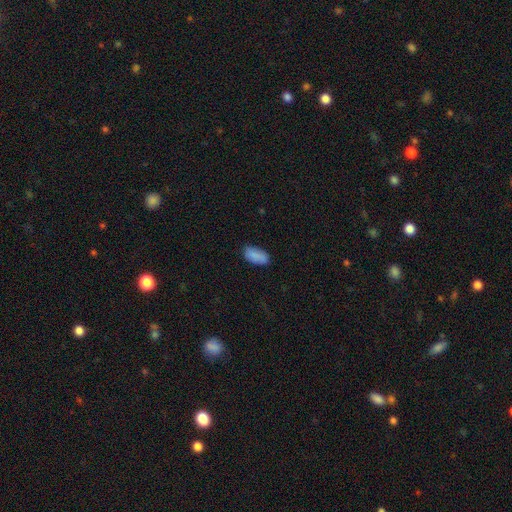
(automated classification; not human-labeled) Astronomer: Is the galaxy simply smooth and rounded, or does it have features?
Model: smooth — 88%.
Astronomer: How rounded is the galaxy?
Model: in between — 92%.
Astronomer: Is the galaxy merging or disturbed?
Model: none — 82%.